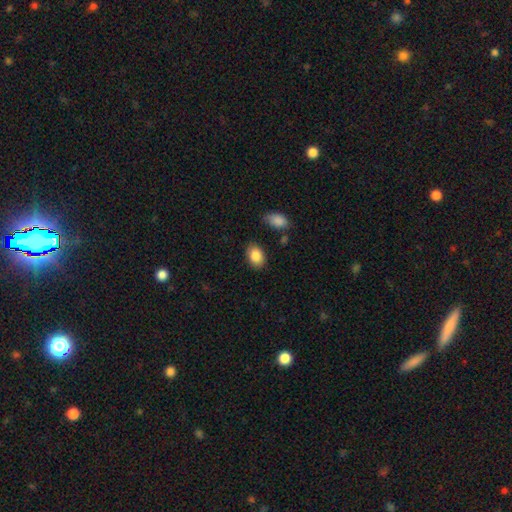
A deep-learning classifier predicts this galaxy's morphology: smooth-or-featured: smooth: 87% | star or artifact: 7% | featured or disk: 6%
  how-rounded: in between: 83% | round: 16% | cigar-shaped: 1%
  merging: none: 84% | minor disturbance: 11% | major disturbance: 3% | merger: 2%